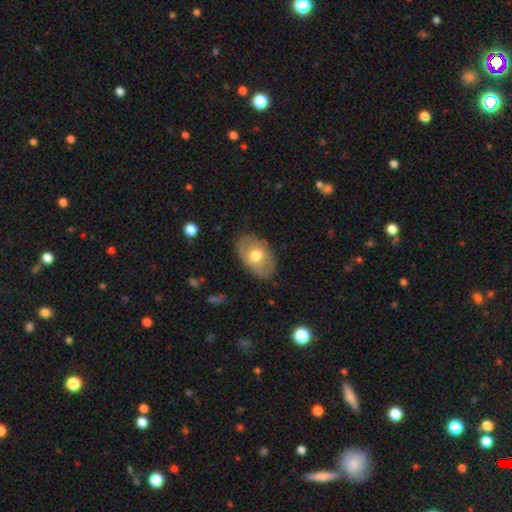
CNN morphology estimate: Overall: smooth (51%; featured or disk 43%). How rounded: in between (85%). Merging: none (80%).